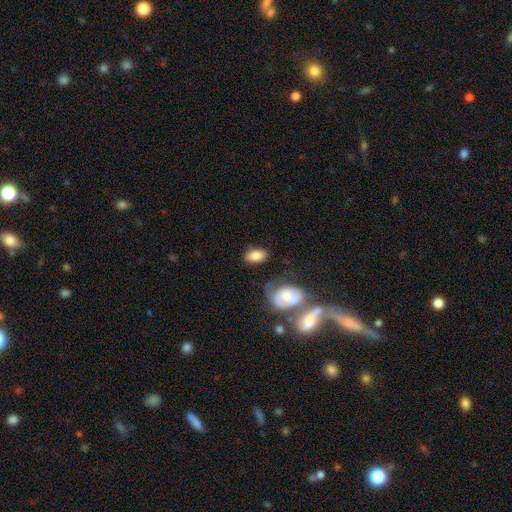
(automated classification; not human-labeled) Smooth or featured: smooth — 80% (featured or disk — 12%)
How rounded: in between — 91% (round — 7%)
Merging: none — 70% (minor disturbance — 16%)